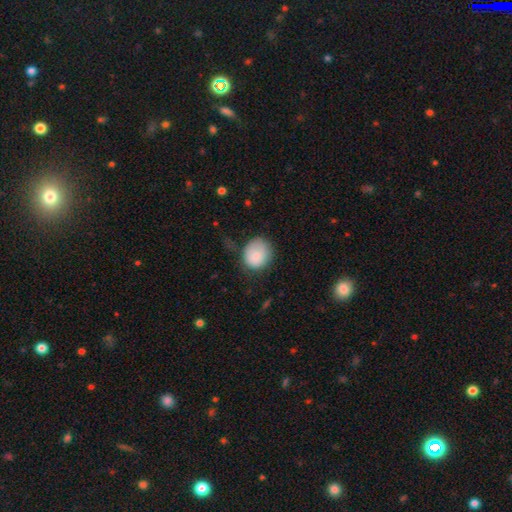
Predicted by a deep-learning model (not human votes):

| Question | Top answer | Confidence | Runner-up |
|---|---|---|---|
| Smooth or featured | smooth | 84% | featured or disk (9%) |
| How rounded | round | 59% | in between (40%) |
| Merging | none | 57% | minor disturbance (29%) |